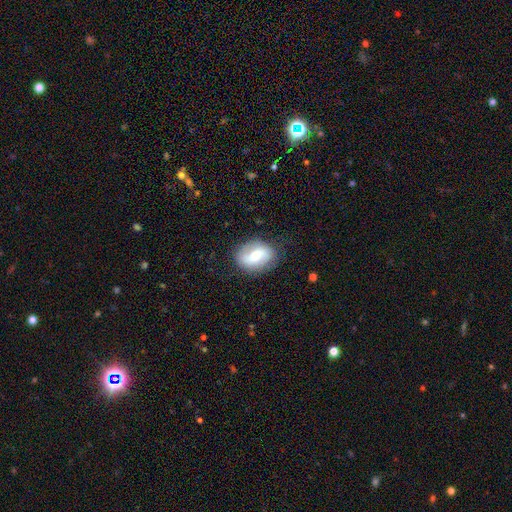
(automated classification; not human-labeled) Smooth or featured? Predicted: featured or disk (p=0.52). Edge-on disk? Predicted: no (p=0.97). Bar? Predicted: weak (p=0.42). Spiral arms? Predicted: yes (p=0.84). Bulge size? Predicted: moderate (p=0.44). Merging? Predicted: none (p=0.76).